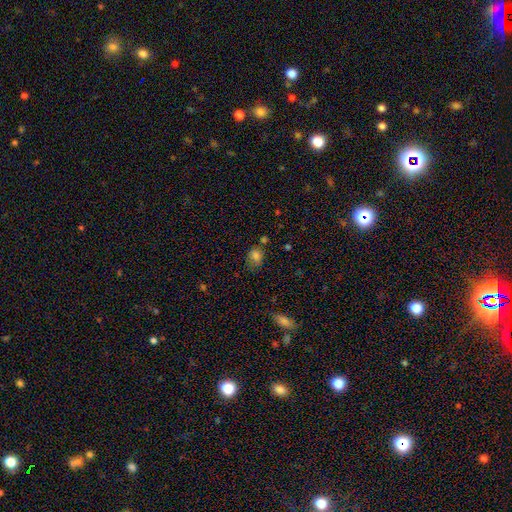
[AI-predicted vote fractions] The model was most divided on "how rounded": in between: 51%, round: 48%, cigar-shaped: 1%. More confident: smooth or featured — smooth (80%); merging — none (57%).